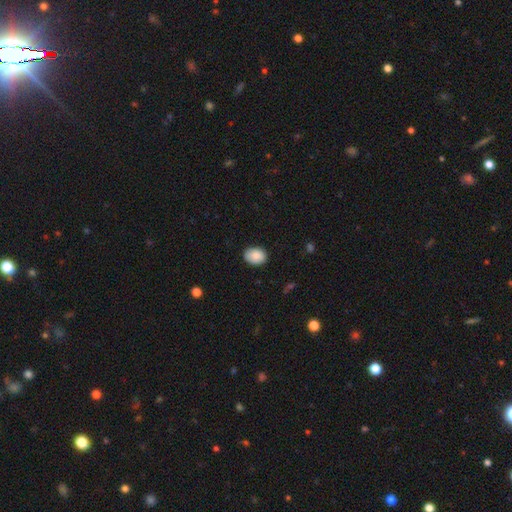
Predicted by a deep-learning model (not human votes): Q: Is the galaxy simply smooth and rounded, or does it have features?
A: smooth — 87%.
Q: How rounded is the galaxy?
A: in between — 68%.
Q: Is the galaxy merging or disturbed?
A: none — 84%.